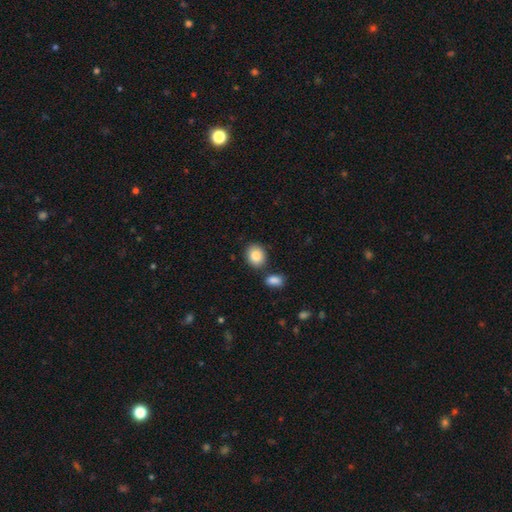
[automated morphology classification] Smooth or featured? Predicted: smooth (p=0.87). How rounded? Predicted: round (p=0.53). Merging? Predicted: none (p=0.77).